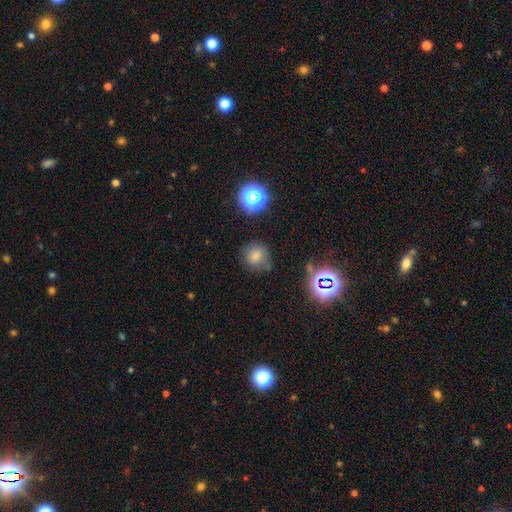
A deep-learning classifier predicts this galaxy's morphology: smooth-or-featured: smooth: 74% | star or artifact: 17% | featured or disk: 8%
  how-rounded: round: 85% | in between: 14% | cigar-shaped: 1%
  merging: none: 70% | minor disturbance: 20% | major disturbance: 7% | merger: 3%